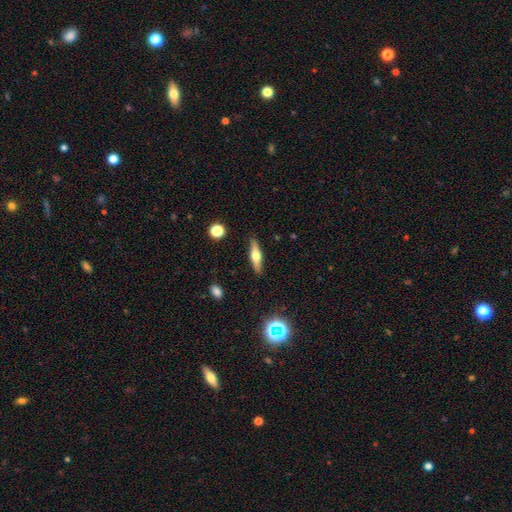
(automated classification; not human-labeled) Overall: featured or disk (49%; smooth 43%). Merging: none (88%).